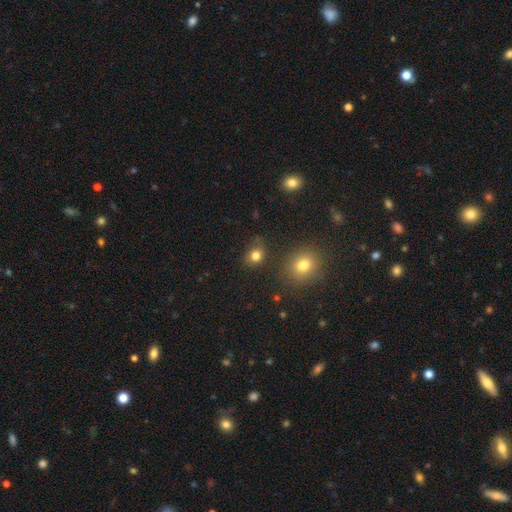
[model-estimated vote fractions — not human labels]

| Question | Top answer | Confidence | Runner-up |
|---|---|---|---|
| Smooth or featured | smooth | 80% | star or artifact (14%) |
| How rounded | round | 65% | in between (34%) |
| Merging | none | 77% | minor disturbance (14%) |